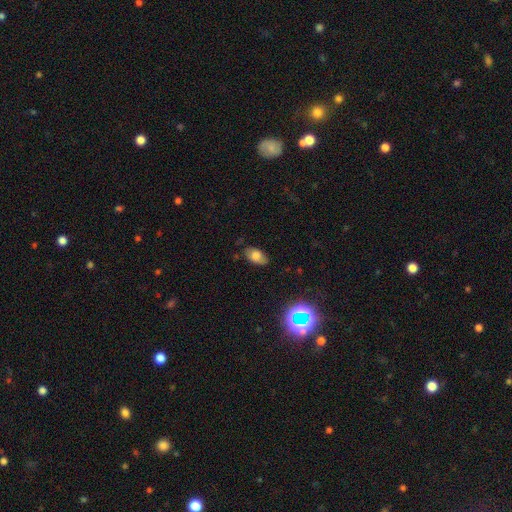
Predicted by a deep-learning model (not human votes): This is likely a smooth galaxy (70%). How rounded: clearly in between (90%). Merging: likely none (75%).